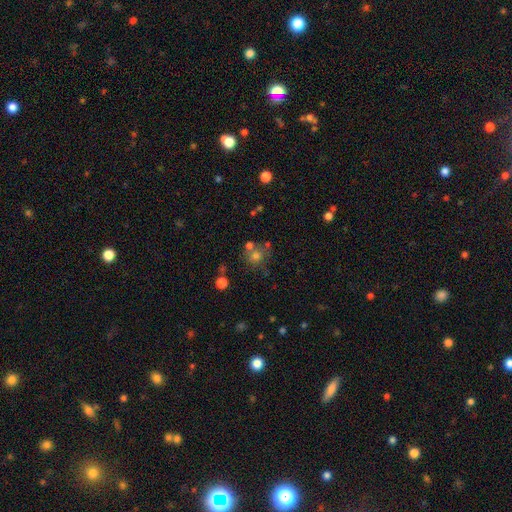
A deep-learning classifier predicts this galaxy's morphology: A smooth galaxy with no disk features (69%) that is round (87%). Merging: none (60%).